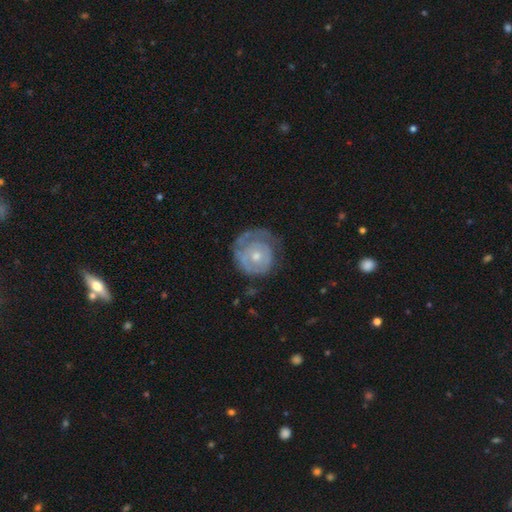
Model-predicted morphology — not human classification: Smooth or featured?
  - featured or disk: 65% *
  - smooth: 29%
  - star or artifact: 6%
Edge-on disk?
  - no: 98% *
  - yes: 2%
Bar?
  - no: 85% *
  - weak: 13%
  - strong: 2%
Spiral arms?
  - yes: 67% *
  - no: 33%
Bulge size?
  - moderate: 48% *
  - small: 47%
  - large: 2%
  - none: 2%
  - dominant: 1%
Merging?
  - none: 56% *
  - minor disturbance: 25%
  - major disturbance: 17%
  - merger: 2%